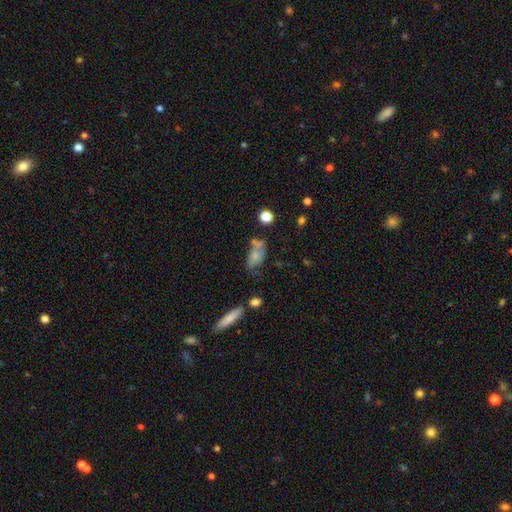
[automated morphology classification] smooth_or_featured: smooth (p=0.64) [alt: featured or disk p=0.25]
how_rounded: in between (p=0.84) [alt: round p=0.10]
merging: none (p=0.36) [alt: minor disturbance p=0.25]